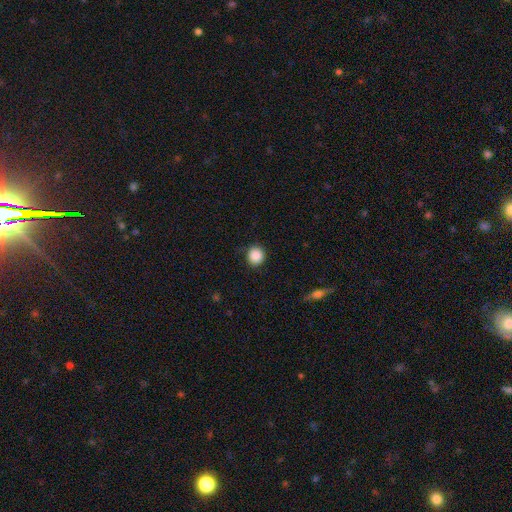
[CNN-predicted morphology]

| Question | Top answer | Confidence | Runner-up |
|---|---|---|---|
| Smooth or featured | smooth | 88% | star or artifact (9%) |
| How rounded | round | 89% | in between (10%) |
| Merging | none | 88% | minor disturbance (8%) |